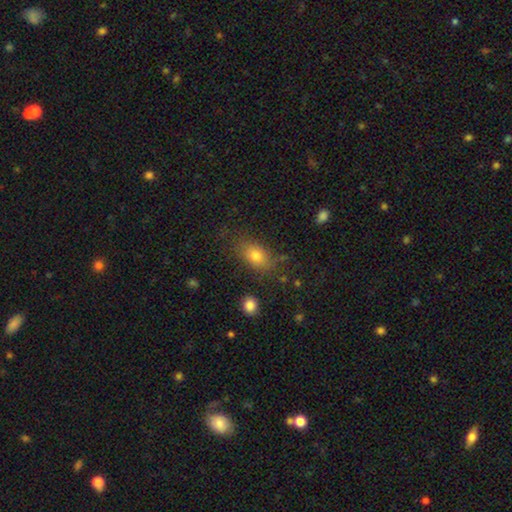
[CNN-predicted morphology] smooth_or_featured: smooth (p=0.78) [alt: star or artifact p=0.12]
how_rounded: in between (p=0.78) [alt: round p=0.18]
merging: none (p=0.75) [alt: minor disturbance p=0.16]